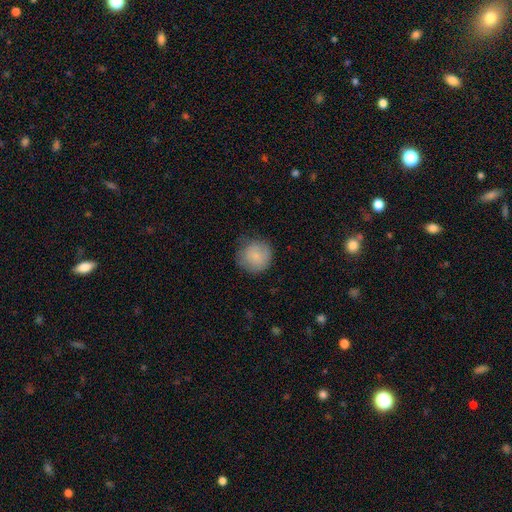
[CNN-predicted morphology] This is clearly a smooth galaxy (83%). How rounded: clearly round (93%). Merging: likely none (77%).